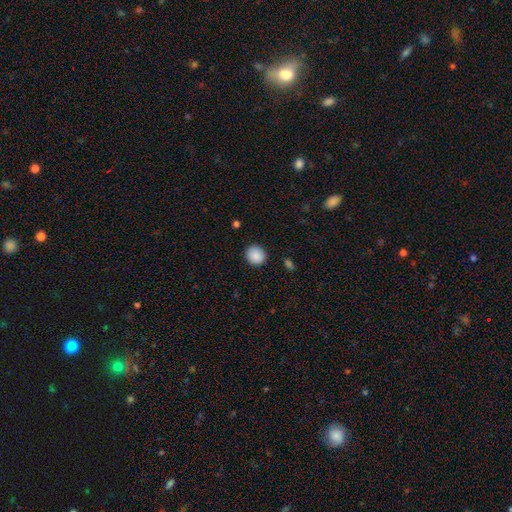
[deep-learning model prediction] Smooth or featured? smooth (89%)
How rounded? round (86%)
Merging? none (90%)